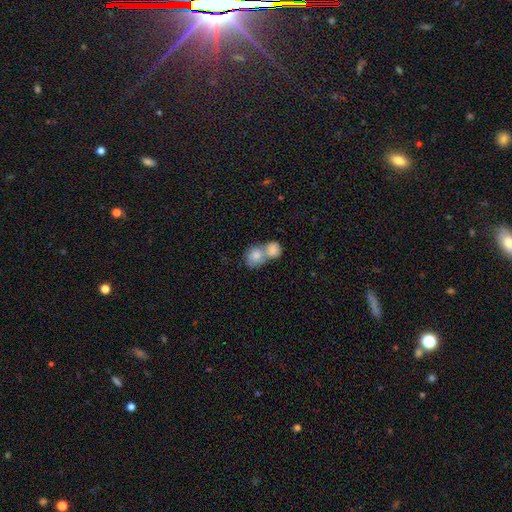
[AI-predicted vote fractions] Overall: smooth (80%). How rounded: round (69%; in between 30%). Merging: merger (71%).